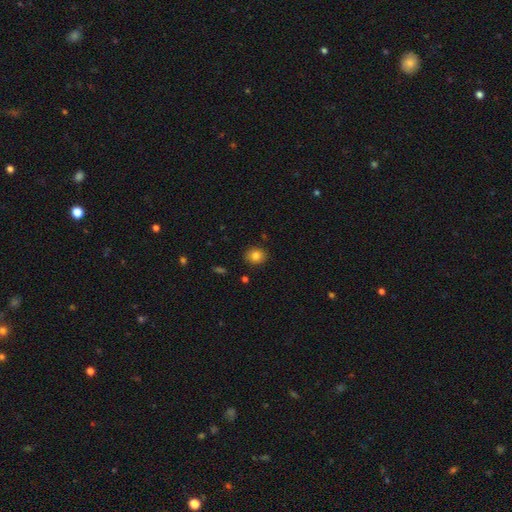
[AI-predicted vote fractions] The model was most divided on "how rounded": round: 74%, in between: 25%, cigar-shaped: 1%. More confident: merging — none (86%); smooth or featured — smooth (83%).